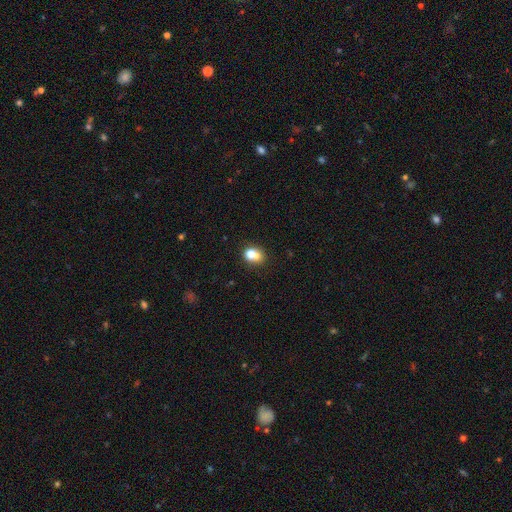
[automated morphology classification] Smooth or featured: smooth — 72% (featured or disk — 16%)
How rounded: round — 54% (in between — 45%)
Merging: none — 43% (merger — 33%)